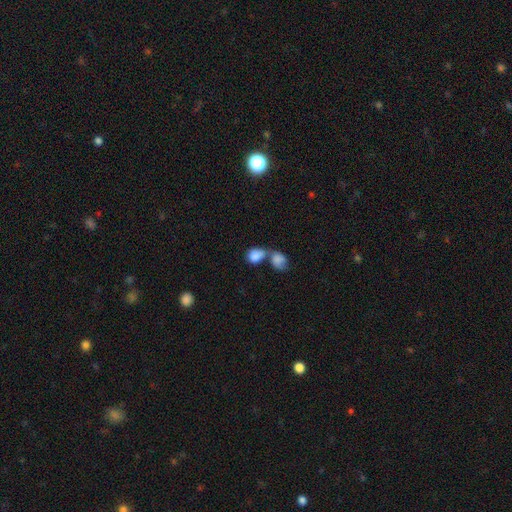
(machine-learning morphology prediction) A smooth galaxy with no disk features (84%) that is in between round and cigar-shaped (49%, tied with round).

Vote fractions:
- Smooth or featured? smooth: 84% / featured or disk: 9% / star or artifact: 7%
- How rounded? in between: 49% (tied) / round: 49% (tied) / cigar-shaped: 2%
- Merging? merger: 71% / none: 18% / minor disturbance: 7% / major disturbance: 5%